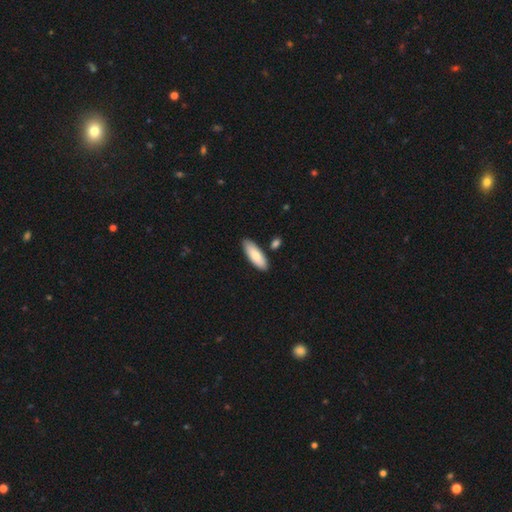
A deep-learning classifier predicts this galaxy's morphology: smooth_or_featured: smooth (p=0.80) [alt: featured or disk p=0.14]
how_rounded: in between (p=0.66) [alt: cigar-shaped p=0.32]
merging: none (p=0.84) [alt: minor disturbance p=0.10]